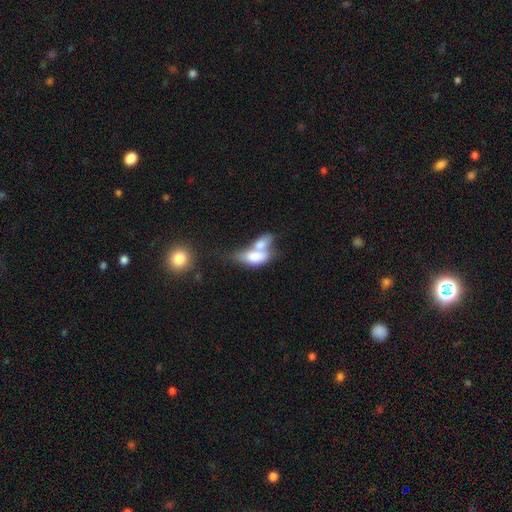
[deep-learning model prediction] Overall: smooth (69%). How rounded: in between (83%). Merging: merger (71%).